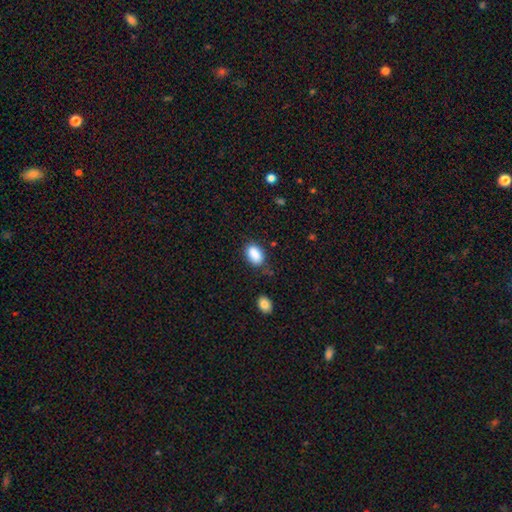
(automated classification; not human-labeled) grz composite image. It shows a smooth galaxy with no disk features (88%) that is in between round and cigar-shaped (89%). Merging: none (76%).